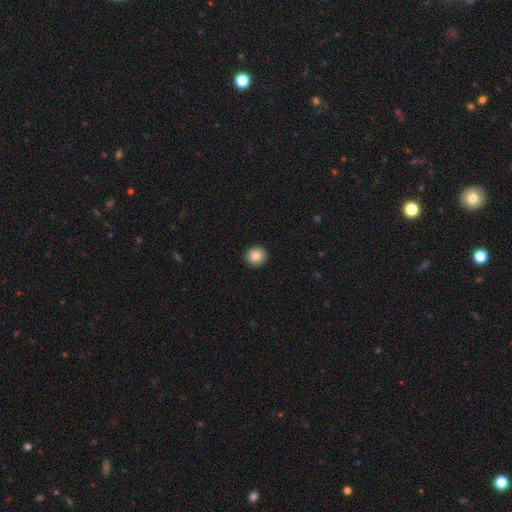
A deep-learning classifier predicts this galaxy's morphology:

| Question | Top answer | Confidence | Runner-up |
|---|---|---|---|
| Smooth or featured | smooth | 86% | star or artifact (9%) |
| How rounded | round | 93% | in between (6%) |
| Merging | none | 93% | minor disturbance (5%) |